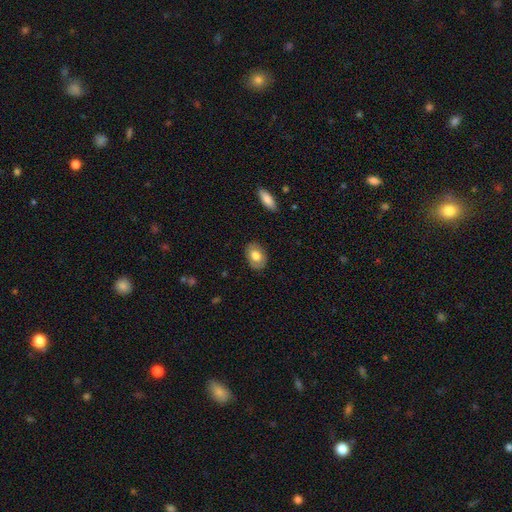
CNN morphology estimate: Smooth or featured? Predicted: smooth (p=0.71). How rounded? Predicted: in between (p=0.79). Merging? Predicted: none (p=0.85).